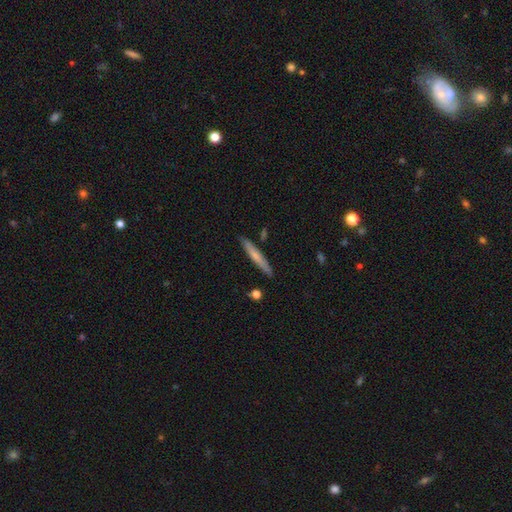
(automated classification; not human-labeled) A smooth galaxy with no disk features (60%) that is cigar-shaped (95%). Merging: none (87%).